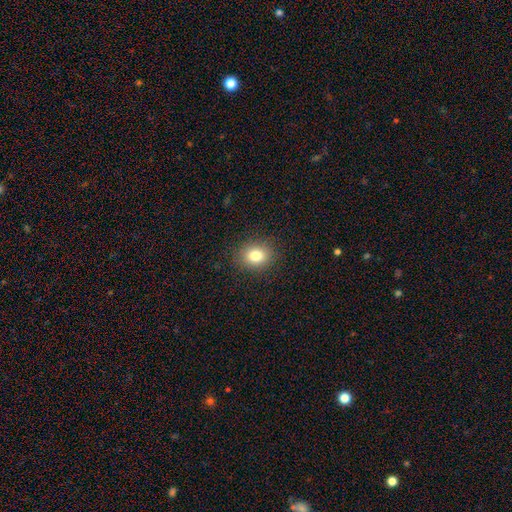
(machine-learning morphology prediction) Smooth or featured: smooth — 81% (star or artifact — 11%)
How rounded: round — 54% (in between — 45%)
Merging: none — 88% (minor disturbance — 8%)